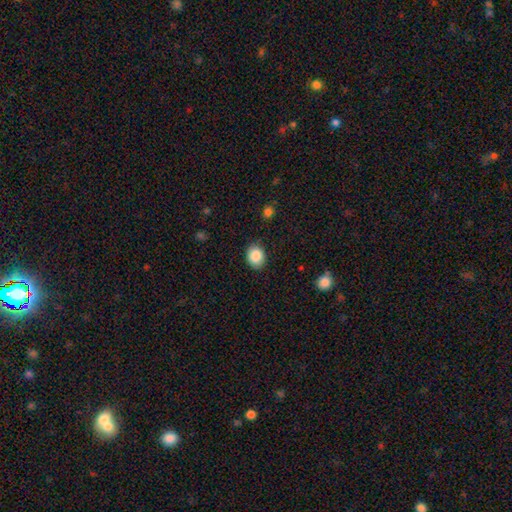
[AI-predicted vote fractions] smooth-or-featured: smooth: 88% | star or artifact: 8% | featured or disk: 4%
  how-rounded: in between: 53% | round: 46% | cigar-shaped: 1%
  merging: none: 84% | minor disturbance: 12% | major disturbance: 3% | merger: 1%